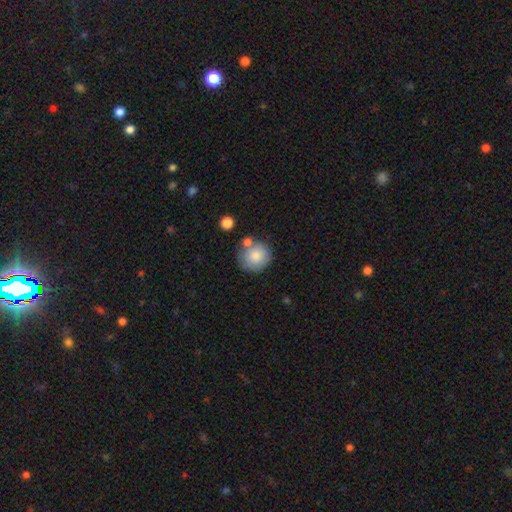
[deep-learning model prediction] Overall: smooth (81%). How rounded: round (90%). Merging: none (66%).